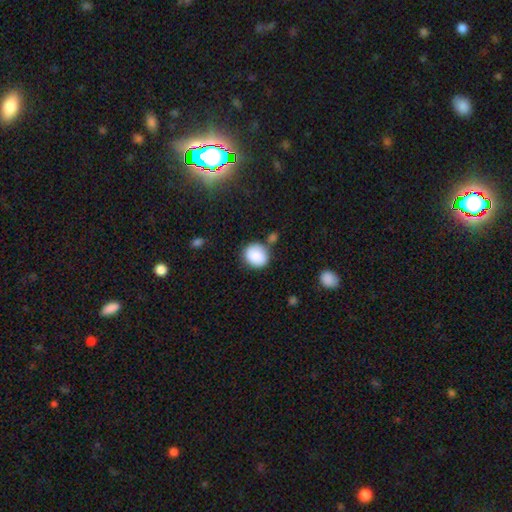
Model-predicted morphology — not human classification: Overall: smooth (85%). How rounded: round (73%). Merging: none (70%).